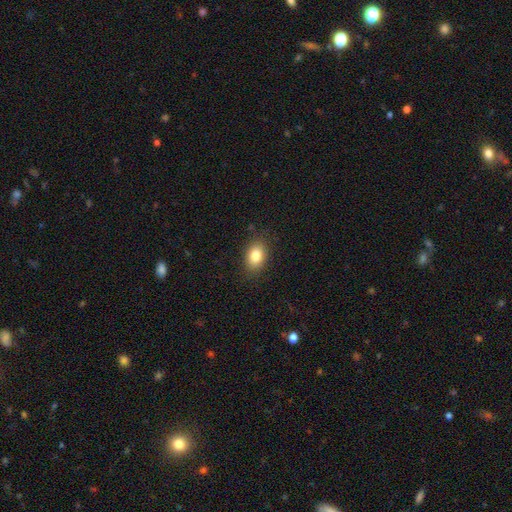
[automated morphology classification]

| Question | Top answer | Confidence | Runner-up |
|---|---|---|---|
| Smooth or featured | smooth | 83% | star or artifact (9%) |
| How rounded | in between | 80% | round (19%) |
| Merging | none | 85% | minor disturbance (11%) |